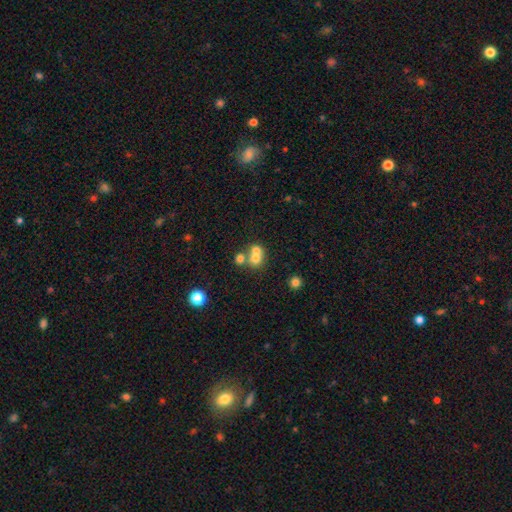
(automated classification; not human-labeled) smooth_or_featured: smooth (p=0.67) [alt: featured or disk p=0.19]
how_rounded: round (p=0.75) [alt: in between p=0.24]
merging: merger (p=0.58) [alt: none p=0.32]